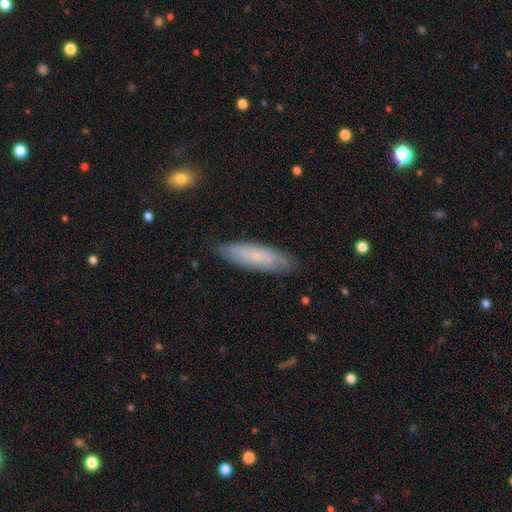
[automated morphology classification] smooth 57%, featured or disk 35%, star or artifact 8%. Down the decision tree: how rounded — cigar-shaped (59%); merging — none (79%).